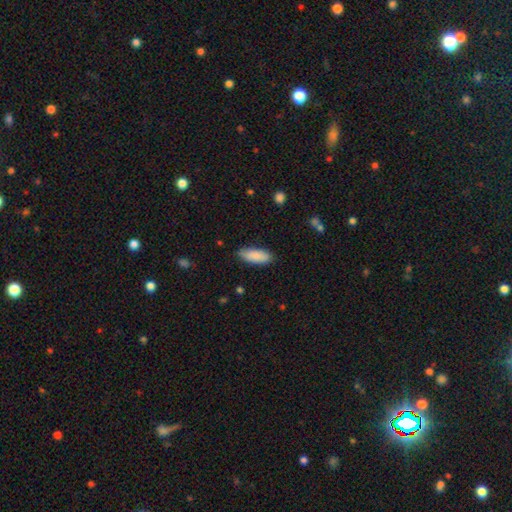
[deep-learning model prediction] This is clearly a smooth galaxy (88%). How rounded: likely in between (76%). Merging: clearly none (83%).